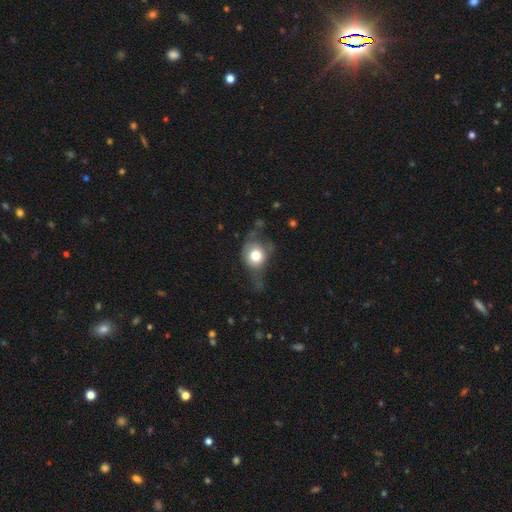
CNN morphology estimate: A smooth galaxy with no disk features (66%) that is round (68%).

Vote fractions:
- Smooth or featured? smooth: 66% / featured or disk: 25% / star or artifact: 10%
- How rounded? round: 68% / in between: 31% / cigar-shaped: 2%
- Merging? none: 34% / major disturbance: 32% / minor disturbance: 30% / merger: 4%